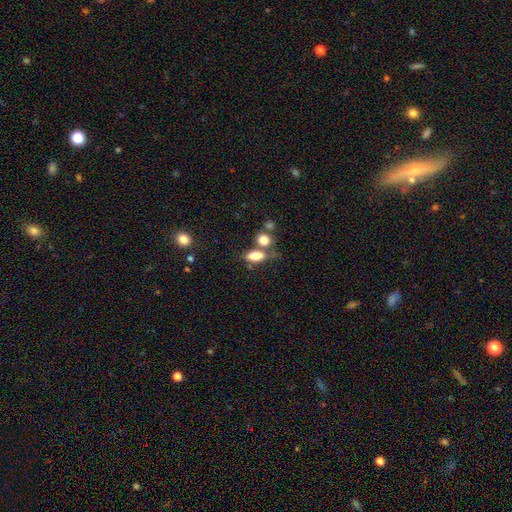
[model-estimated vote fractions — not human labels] Smooth or featured? smooth (80%)
How rounded? in between (80%)
Merging? none (47%)